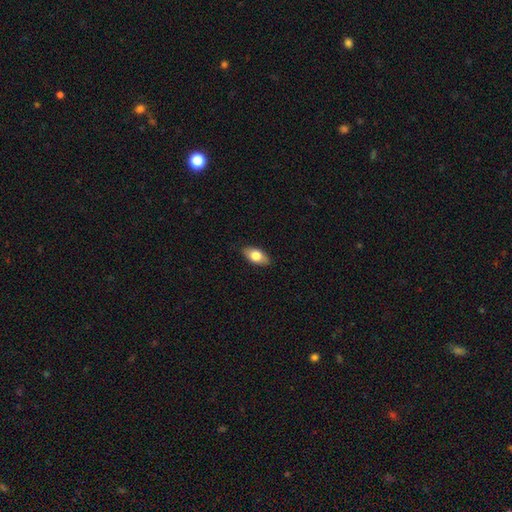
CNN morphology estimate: smooth 78%, featured or disk 16%, star or artifact 6%. Down the decision tree: how rounded — in between (91%); merging — none (88%).